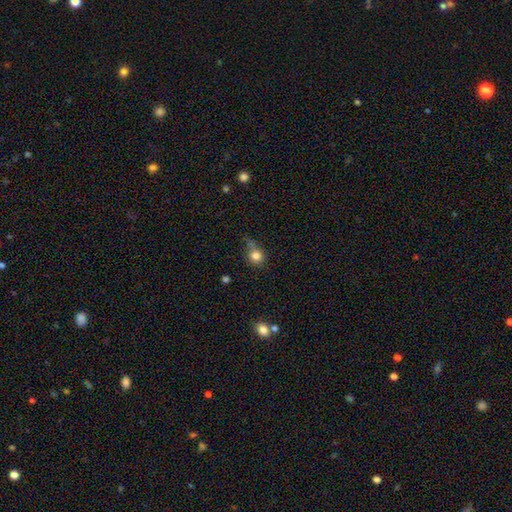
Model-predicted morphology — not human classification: Smooth or featured?
  - smooth: 81% *
  - star or artifact: 11%
  - featured or disk: 7%
How rounded?
  - round: 87% *
  - in between: 12%
  - cigar-shaped: 1%
Merging?
  - none: 55% *
  - minor disturbance: 23%
  - merger: 11%
  - major disturbance: 11%